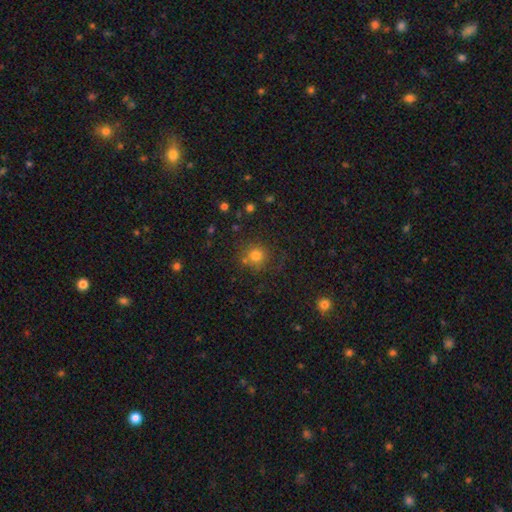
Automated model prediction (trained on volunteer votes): A smooth galaxy with no disk features (77%) that is round (90%).

Vote fractions:
- Smooth or featured? smooth: 77% / star or artifact: 15% / featured or disk: 8%
- How rounded? round: 90% / in between: 9% / cigar-shaped: 1%
- Merging? none: 73% / minor disturbance: 13% / merger: 7% / major disturbance: 7%